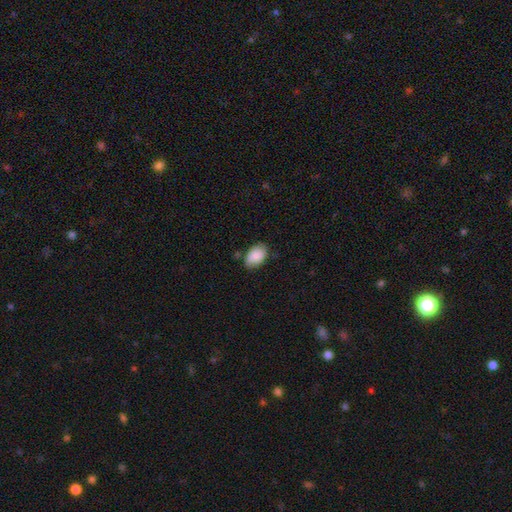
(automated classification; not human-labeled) Overall: smooth (86%). How rounded: in between (89%). Merging: none (72%).